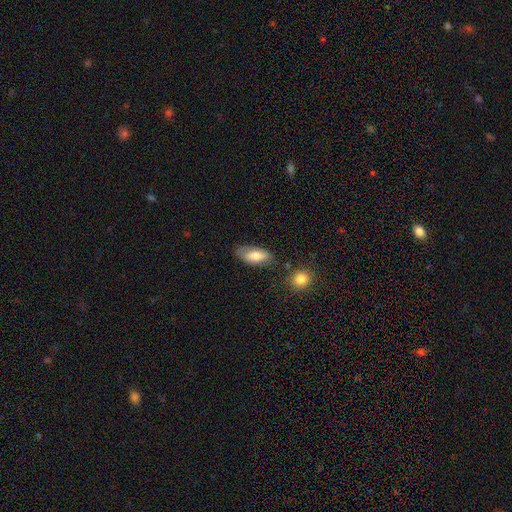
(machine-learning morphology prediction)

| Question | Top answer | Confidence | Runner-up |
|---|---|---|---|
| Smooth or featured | smooth | 71% | featured or disk (22%) |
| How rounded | in between | 83% | cigar-shaped (14%) |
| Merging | none | 69% | minor disturbance (21%) |